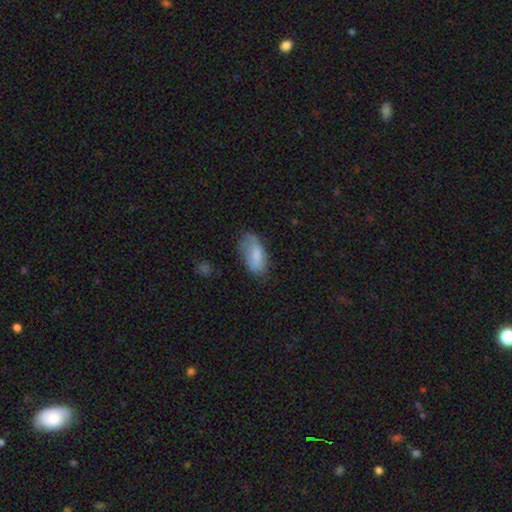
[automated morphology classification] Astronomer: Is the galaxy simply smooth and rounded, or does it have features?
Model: smooth — 81%.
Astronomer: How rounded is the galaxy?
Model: in between — 90%.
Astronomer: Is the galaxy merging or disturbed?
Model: none — 57%.